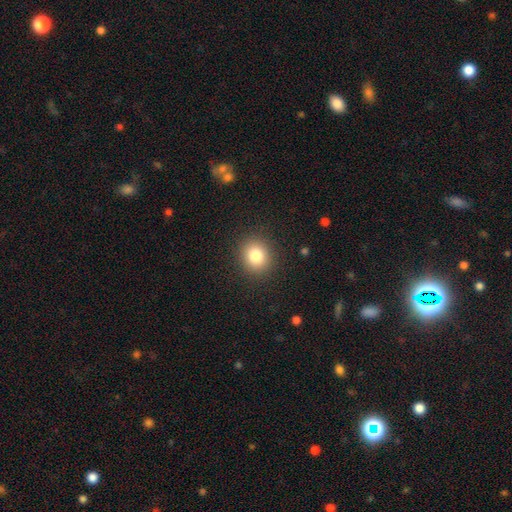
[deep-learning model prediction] Smooth or featured?
  - smooth: 81% *
  - star or artifact: 11%
  - featured or disk: 7%
How rounded?
  - round: 80% *
  - in between: 19%
  - cigar-shaped: 1%
Merging?
  - none: 90% *
  - minor disturbance: 7%
  - major disturbance: 3%
  - merger: 1%